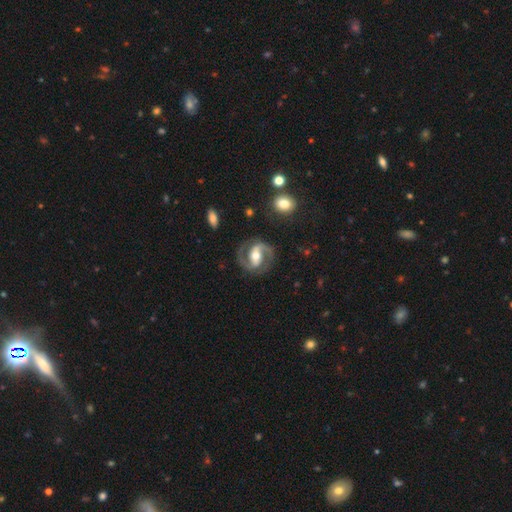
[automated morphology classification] type=featured or disk (89%); edge-on=no (97%); bar=strong (47%); spiral arms=yes (96%); winding=medium (60%); arm count=2 (93%); bulge=moderate (70%); merging=none (84%).